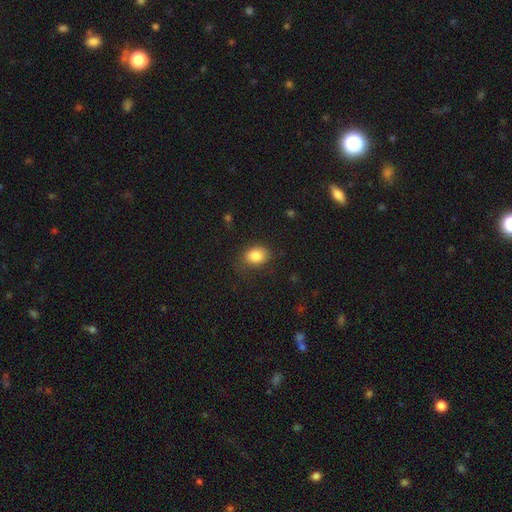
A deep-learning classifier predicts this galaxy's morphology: type=smooth (84%); roundness=in between (63%); merging=none (75%).